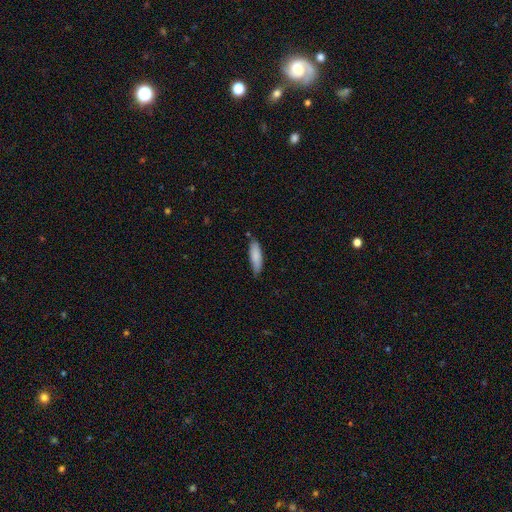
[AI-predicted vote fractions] Smooth or featured?
  - smooth: 85% *
  - featured or disk: 10%
  - star or artifact: 6%
How rounded?
  - cigar-shaped: 56% *
  - in between: 43%
  - round: 1%
Merging?
  - none: 72% *
  - minor disturbance: 22%
  - major disturbance: 3%
  - merger: 2%